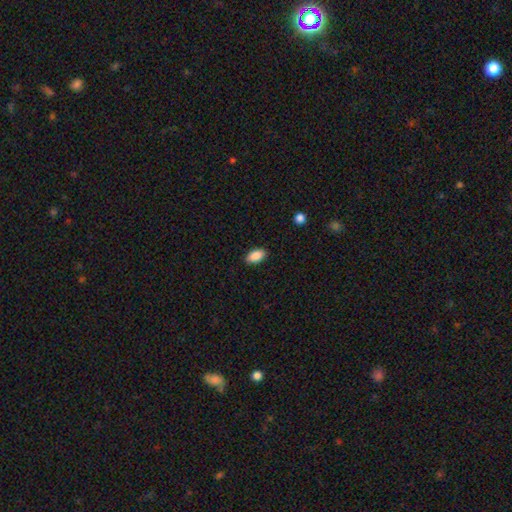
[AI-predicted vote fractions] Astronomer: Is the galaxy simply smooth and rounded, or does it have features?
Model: smooth — 89%.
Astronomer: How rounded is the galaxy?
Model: in between — 93%.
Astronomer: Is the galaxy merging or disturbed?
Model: none — 88%.